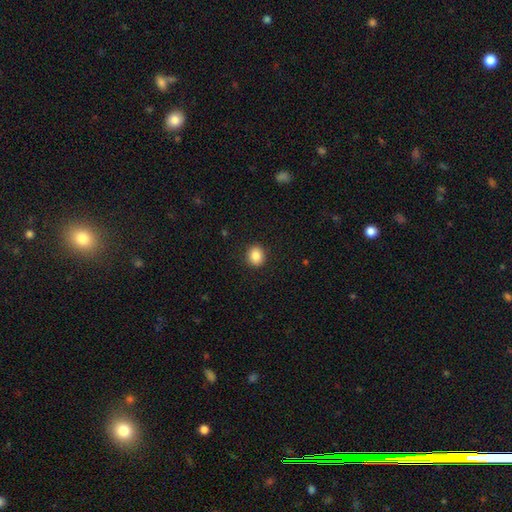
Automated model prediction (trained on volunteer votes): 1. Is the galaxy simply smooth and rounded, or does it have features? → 86% smooth, 9% star or artifact, 5% featured or disk.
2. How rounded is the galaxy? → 82% round, 17% in between, 1% cigar-shaped.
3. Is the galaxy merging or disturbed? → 91% none, 6% minor disturbance, 2% major disturbance, 1% merger.